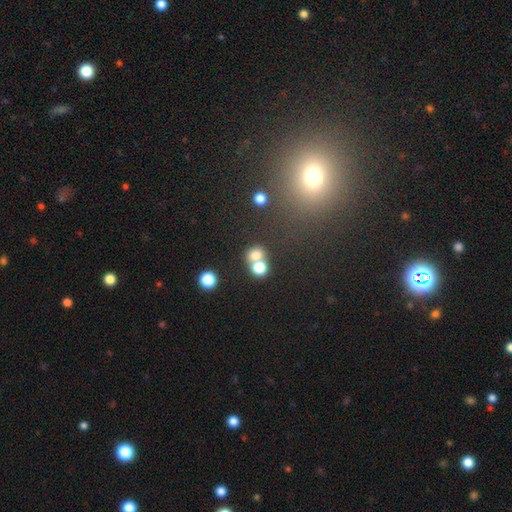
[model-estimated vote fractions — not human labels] smooth_or_featured: smooth (p=0.74) [alt: star or artifact p=0.15]
how_rounded: round (p=0.75) [alt: in between p=0.24]
merging: merger (p=0.51) [alt: none p=0.39]